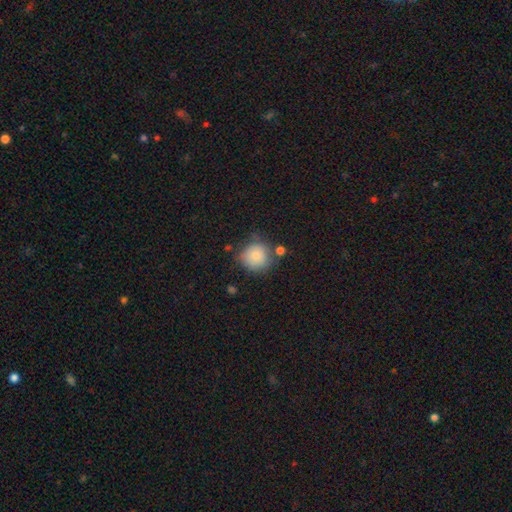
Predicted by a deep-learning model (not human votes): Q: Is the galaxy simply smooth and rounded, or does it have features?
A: smooth — 82%.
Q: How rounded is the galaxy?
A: round — 90%.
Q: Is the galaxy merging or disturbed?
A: none — 67%.